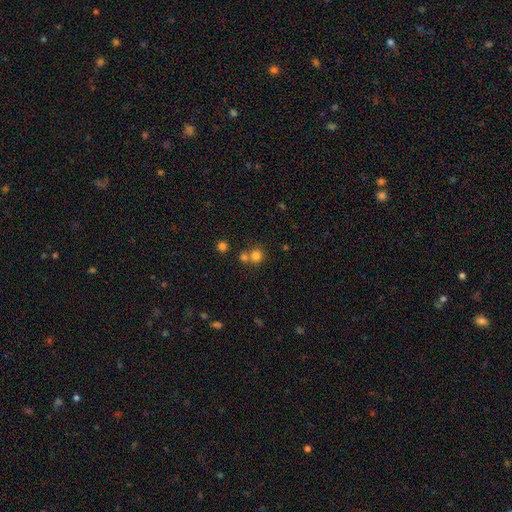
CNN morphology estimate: Q: Smooth or featured?
A: smooth (78%); runner-up: star or artifact (15%)
Q: How rounded?
A: round (87%); runner-up: in between (12%)
Q: Merging?
A: none (57%); runner-up: merger (34%)